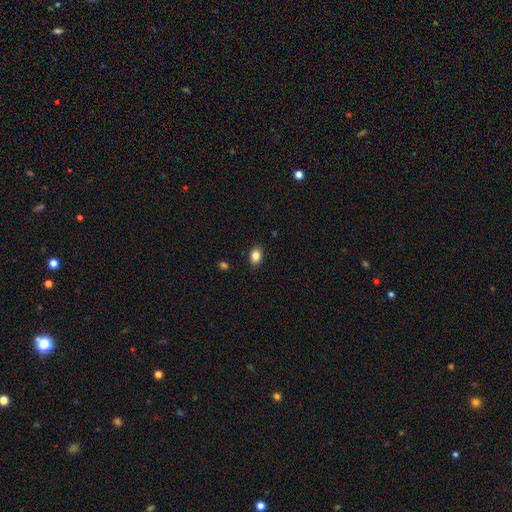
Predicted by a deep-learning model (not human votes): This is clearly a smooth galaxy (85%). How rounded: likely in between (78%). Merging: clearly none (86%).